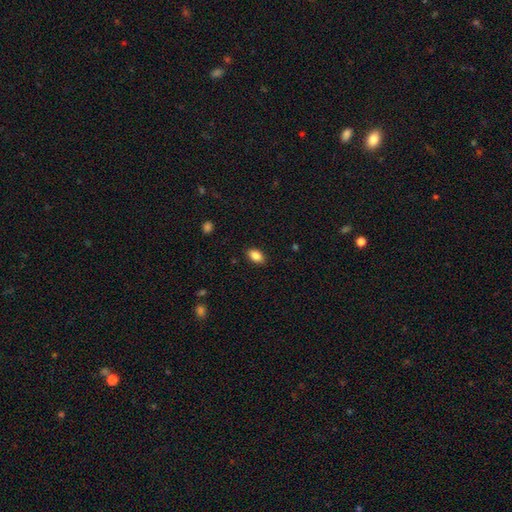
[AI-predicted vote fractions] Smooth or featured? Predicted: smooth (p=0.86). How rounded? Predicted: in between (p=0.89). Merging? Predicted: none (p=0.88).